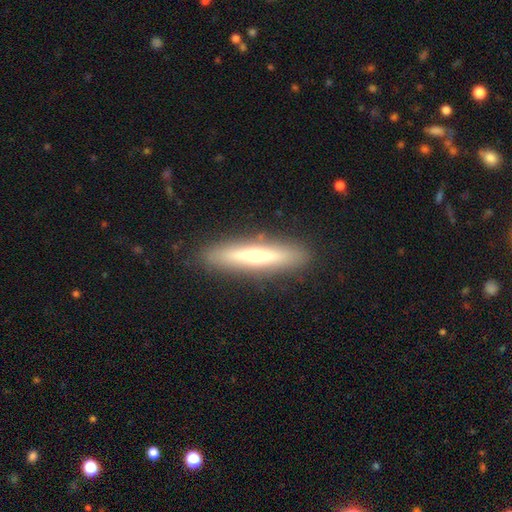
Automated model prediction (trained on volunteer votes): smooth_or_featured: featured or disk (p=0.52) [alt: smooth p=0.40]
disk_edge_on: yes (p=0.87) [alt: no p=0.13]
merging: none (p=0.88) [alt: minor disturbance p=0.09]